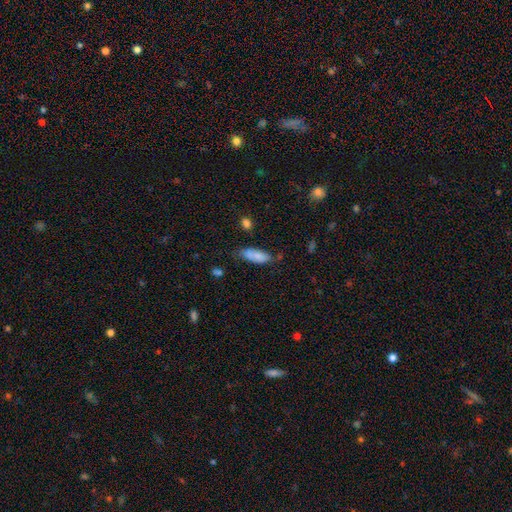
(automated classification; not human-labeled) smooth 80%, featured or disk 13%, star or artifact 7%. Down the decision tree: how rounded — in between (76%); merging — none (57%).